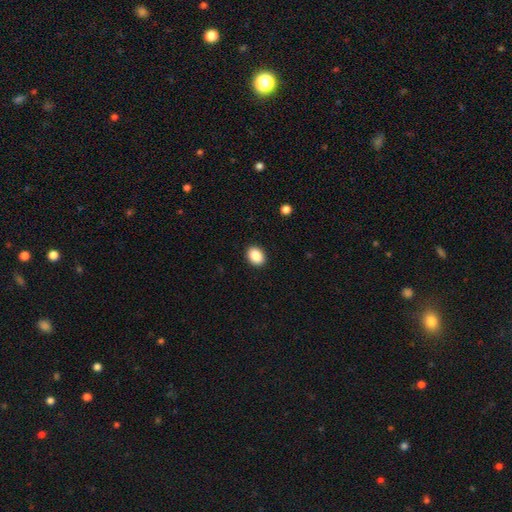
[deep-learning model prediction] smooth-or-featured: smooth: 88% | star or artifact: 8% | featured or disk: 4%
  how-rounded: in between: 67% | round: 32% | cigar-shaped: 1%
  merging: none: 91% | minor disturbance: 6% | major disturbance: 2% | merger: 1%